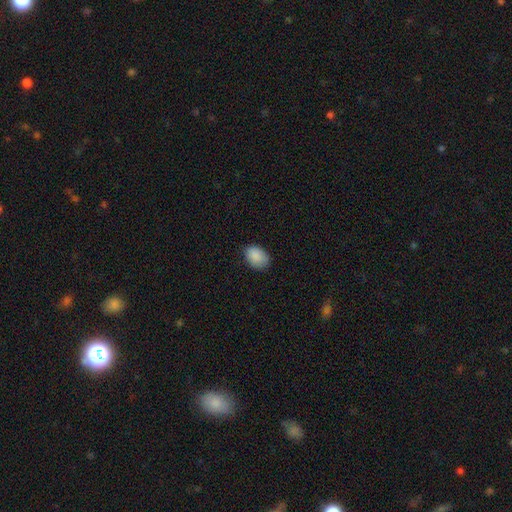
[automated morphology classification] The model was most divided on "merging": none: 78%, minor disturbance: 18%, major disturbance: 3%, merger: 1%. More confident: smooth or featured — smooth (89%); how rounded — in between (80%).